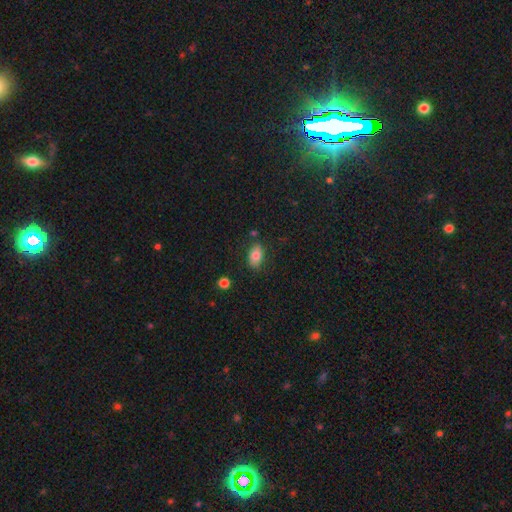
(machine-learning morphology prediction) Q: Smooth or featured?
A: smooth (80%); runner-up: featured or disk (11%)
Q: How rounded?
A: in between (88%); runner-up: round (9%)
Q: Merging?
A: none (80%); runner-up: minor disturbance (14%)